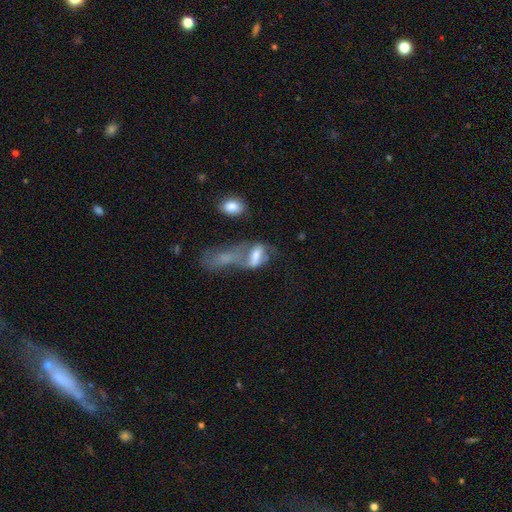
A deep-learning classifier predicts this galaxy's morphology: Smooth or featured? Predicted: featured or disk (p=0.44, tied with smooth). Merging? Predicted: merger (p=0.47).